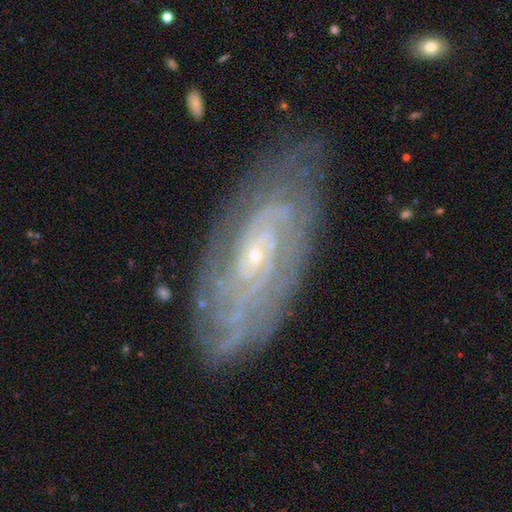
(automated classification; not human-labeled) smooth-or-featured: featured or disk: 82% | smooth: 11% | star or artifact: 7%
  disk-edge-on: no: 91% | yes: 9%
    bar: no: 65% | weak: 27% | strong: 7%
    has-spiral-arms: yes: 93% | no: 7%
      spiral-winding: tight: 73% | medium: 22% | loose: 6%
      spiral-arm-count: can't tell: 48% | 2: 14% | 4: 12% | 3: 11% | more than 4: 9% | 1: 6%
    bulge-size: small: 83% | moderate: 13% | none: 2% | large: 1% | dominant: 1%
  merging: none: 78% | minor disturbance: 16% | major disturbance: 5% | merger: 1%